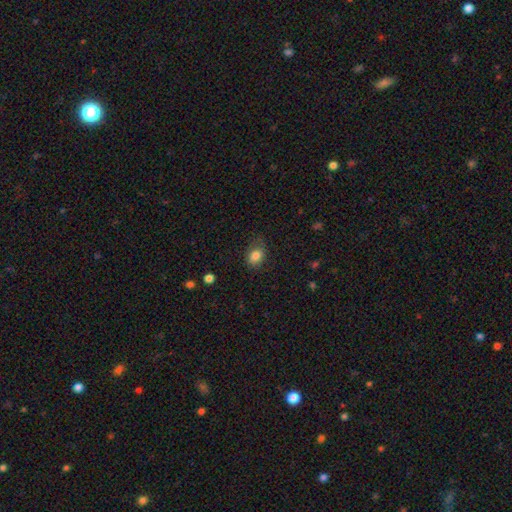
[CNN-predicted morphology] smooth 82%, star or artifact 9%, featured or disk 9%. Down the decision tree: how rounded — in between (68%); merging — none (62%).